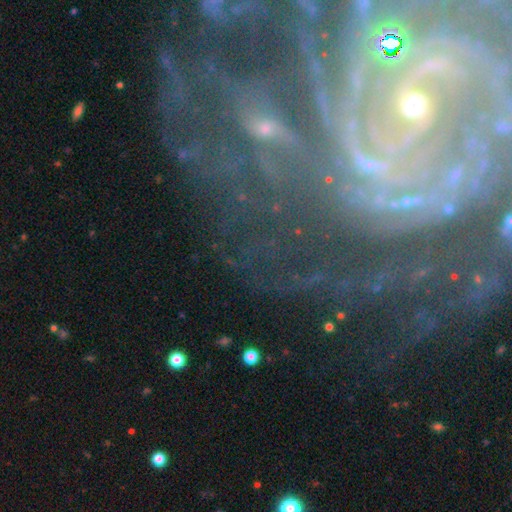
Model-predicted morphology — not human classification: The model was most divided on "spiral arm count": more than 4: 22%, can't tell: 21%, 3: 16%, 4: 16%, 2: 14%, 1: 11%. Remaining: spiral arms — yes (97%); edge-on disk — no (96%); smooth or featured — featured or disk (82%); spiral winding — tight (80%); bulge size — small (77%); merging — none (69%); bar — no (44%).